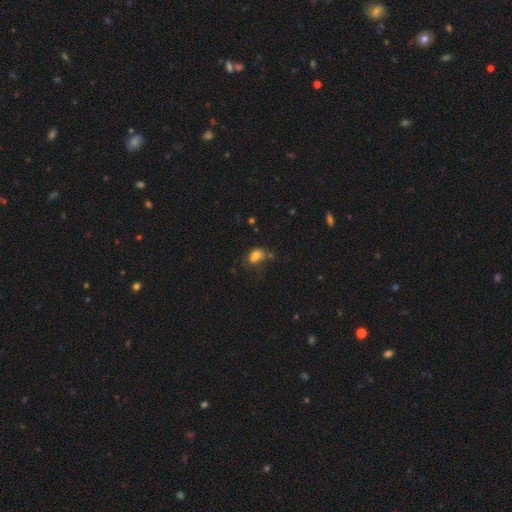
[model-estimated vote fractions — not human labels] smooth-or-featured: smooth: 73% | featured or disk: 14% | star or artifact: 13%
  how-rounded: in between: 67% | round: 32% | cigar-shaped: 1%
  merging: none: 40% | minor disturbance: 24% | merger: 20% | major disturbance: 16%